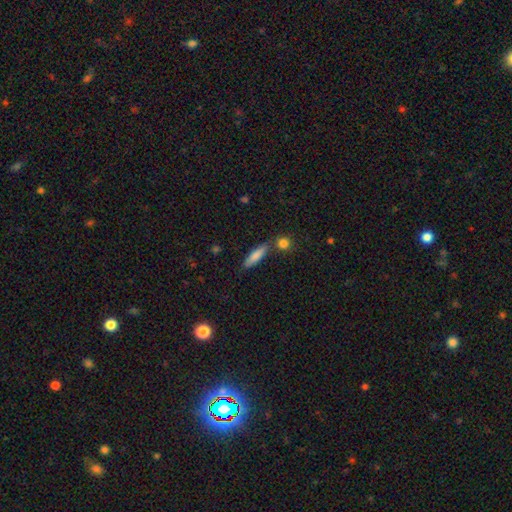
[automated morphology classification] type=smooth (80%); roundness=cigar-shaped (73%); merging=none (76%).